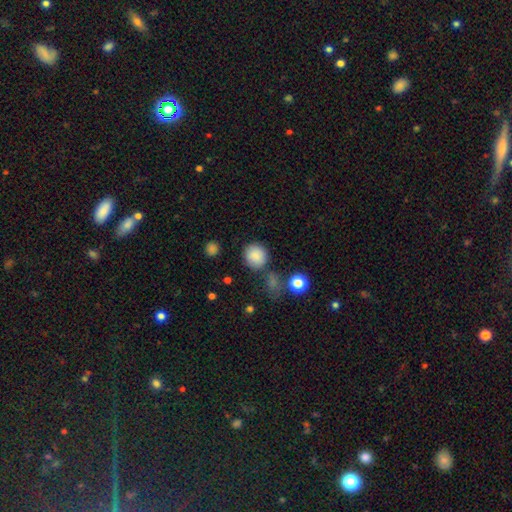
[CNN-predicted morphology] Overall: smooth (85%). How rounded: round (88%). Merging: none (77%).